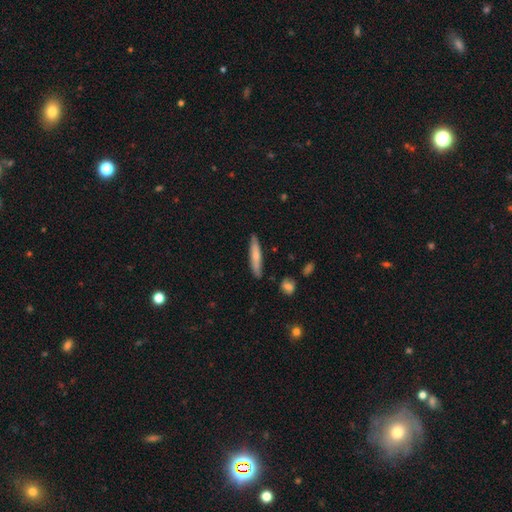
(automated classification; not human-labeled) Overall: smooth (68%). How rounded: cigar-shaped (90%). Merging: none (84%).